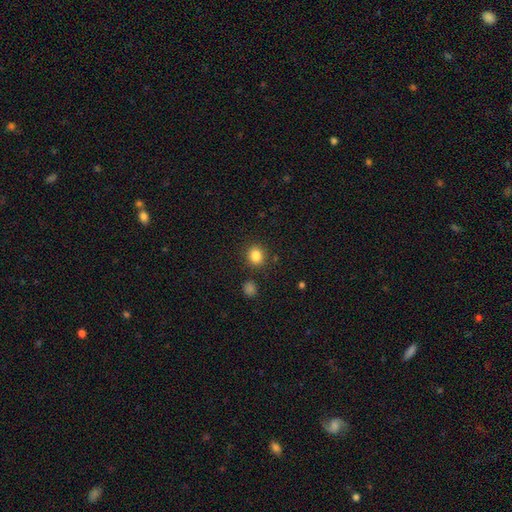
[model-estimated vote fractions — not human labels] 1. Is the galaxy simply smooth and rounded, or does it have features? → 85% smooth, 11% star or artifact, 4% featured or disk.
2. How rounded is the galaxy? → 76% round, 23% in between, 1% cigar-shaped.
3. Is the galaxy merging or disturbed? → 86% none, 8% minor disturbance, 3% merger, 3% major disturbance.